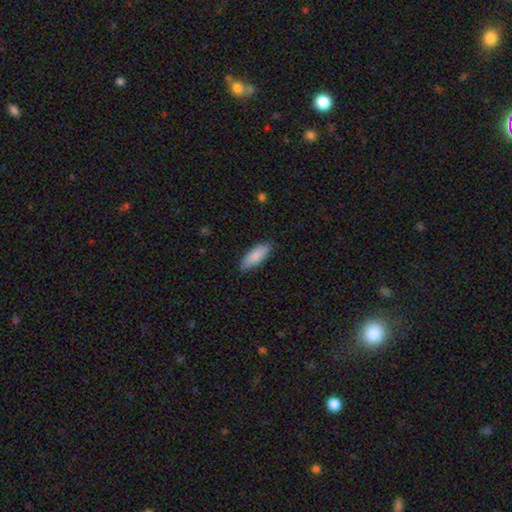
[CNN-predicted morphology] smooth-or-featured: smooth: 88% | featured or disk: 6% | star or artifact: 6%
  how-rounded: in between: 70% | cigar-shaped: 29% | round: 2%
  merging: none: 84% | minor disturbance: 13% | major disturbance: 2% | merger: 1%